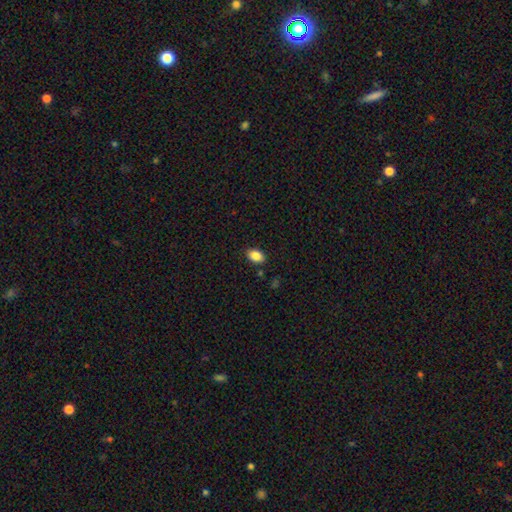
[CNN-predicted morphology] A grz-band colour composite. It shows a smooth galaxy with no disk features (86%) that is in between round and cigar-shaped (82%). Merging: none (87%).